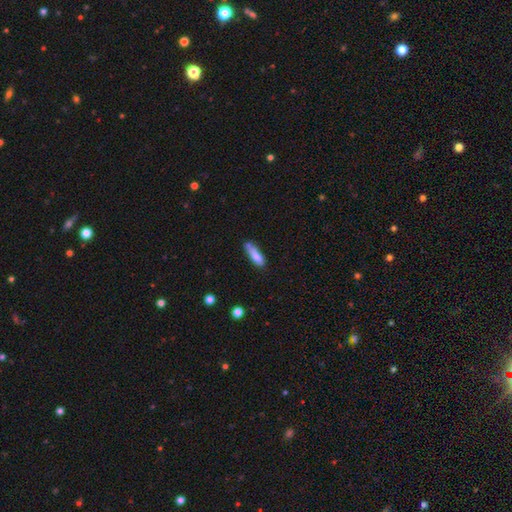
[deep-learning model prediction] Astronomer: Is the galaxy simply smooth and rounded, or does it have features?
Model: smooth — 77%.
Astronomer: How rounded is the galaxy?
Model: cigar-shaped — 58% (runner-up: in between, 40%).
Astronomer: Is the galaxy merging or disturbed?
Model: none — 51%.